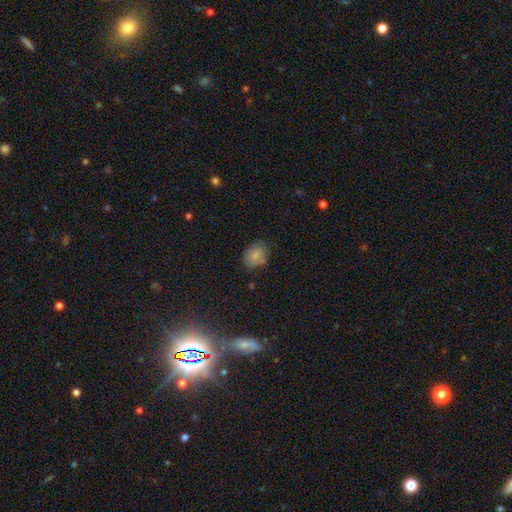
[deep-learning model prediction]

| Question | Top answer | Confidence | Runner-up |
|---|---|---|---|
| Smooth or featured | smooth | 81% | featured or disk (10%) |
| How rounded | in between | 58% | round (41%) |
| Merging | none | 69% | minor disturbance (23%) |